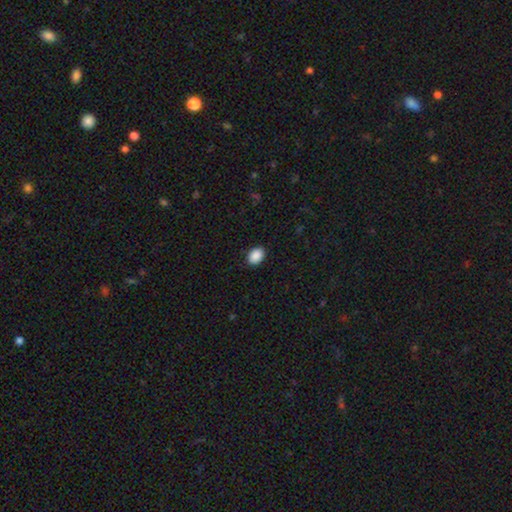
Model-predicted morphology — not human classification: Smooth or featured? smooth (90%)
How rounded? in between (79%)
Merging? none (89%)